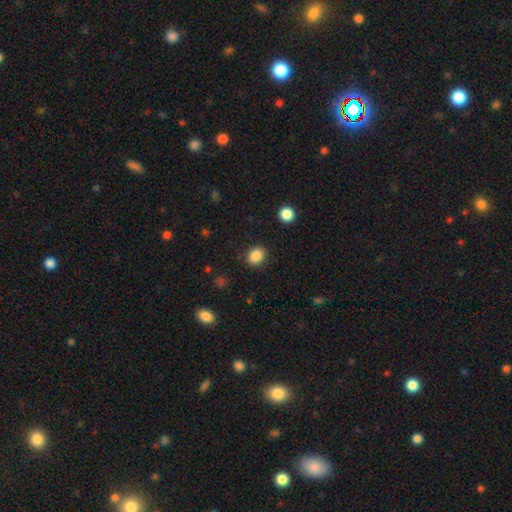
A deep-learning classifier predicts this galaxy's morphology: Q: Smooth or featured?
A: smooth (87%); runner-up: star or artifact (10%)
Q: How rounded?
A: round (62%); runner-up: in between (38%)
Q: Merging?
A: none (89%); runner-up: minor disturbance (8%)